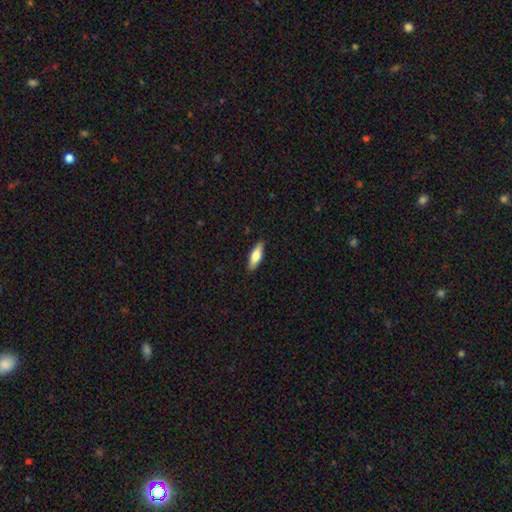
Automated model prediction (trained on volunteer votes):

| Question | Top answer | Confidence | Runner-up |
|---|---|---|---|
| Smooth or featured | smooth | 68% | featured or disk (27%) |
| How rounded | in between | 52% | cigar-shaped (46%) |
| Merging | none | 89% | minor disturbance (8%) |